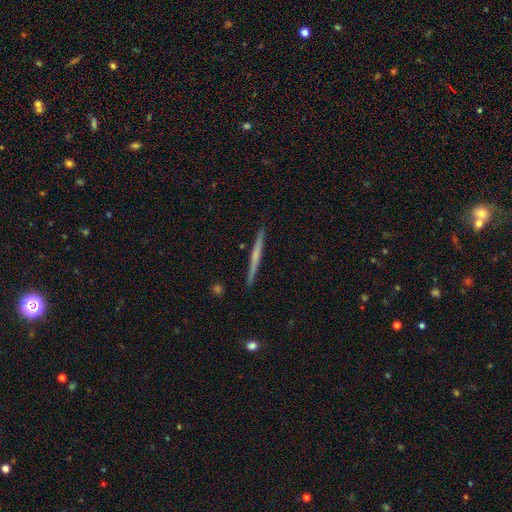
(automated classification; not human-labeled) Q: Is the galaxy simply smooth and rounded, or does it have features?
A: featured or disk — 58%.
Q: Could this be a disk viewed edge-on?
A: yes — 98%.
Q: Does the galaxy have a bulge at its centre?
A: none — 63%.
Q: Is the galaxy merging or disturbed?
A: none — 91%.